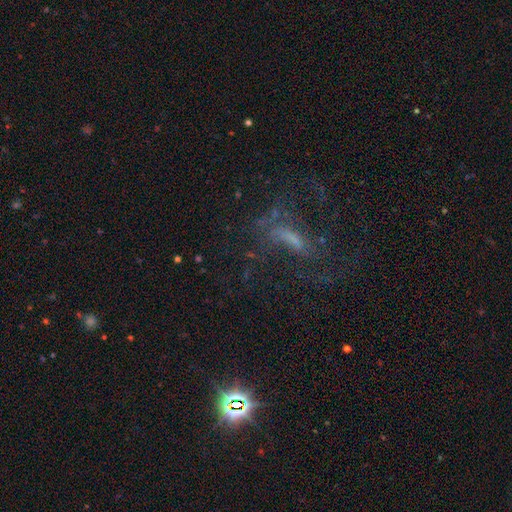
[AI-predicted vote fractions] A featured or disk galaxy (52%). Merging: none (55%).